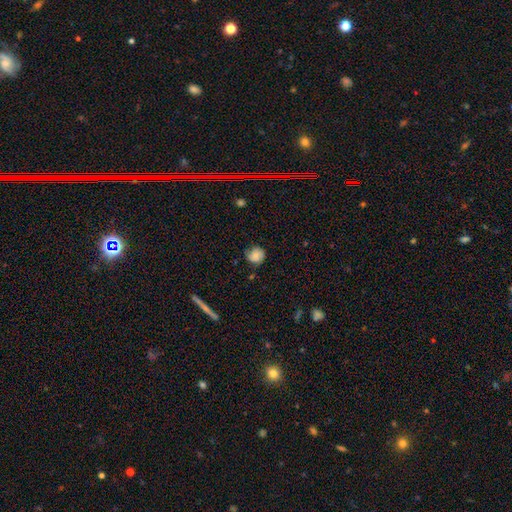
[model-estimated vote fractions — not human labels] Smooth or featured?
  - smooth: 70% *
  - featured or disk: 20%
  - star or artifact: 10%
How rounded?
  - round: 83% *
  - in between: 16%
  - cigar-shaped: 1%
Merging?
  - none: 65% *
  - minor disturbance: 27%
  - major disturbance: 6%
  - merger: 2%